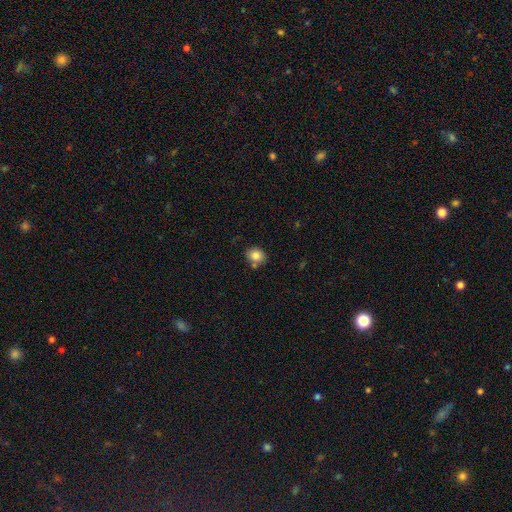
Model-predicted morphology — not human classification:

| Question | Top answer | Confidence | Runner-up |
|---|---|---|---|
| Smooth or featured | smooth | 83% | star or artifact (9%) |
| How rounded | round | 61% | in between (39%) |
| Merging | none | 71% | minor disturbance (15%) |